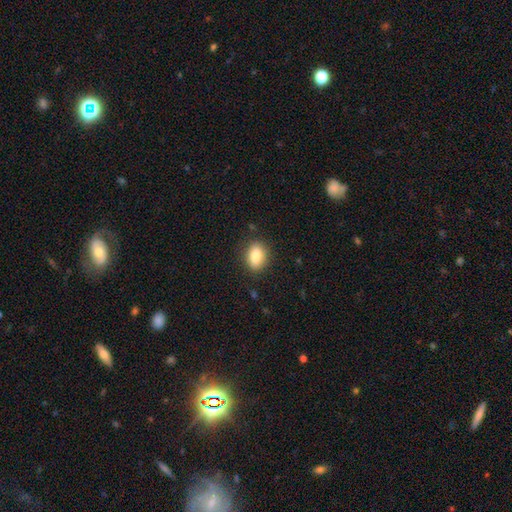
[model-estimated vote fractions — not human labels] smooth 83%, featured or disk 9%, star or artifact 8%. Down the decision tree: how rounded — in between (75%); merging — none (85%).